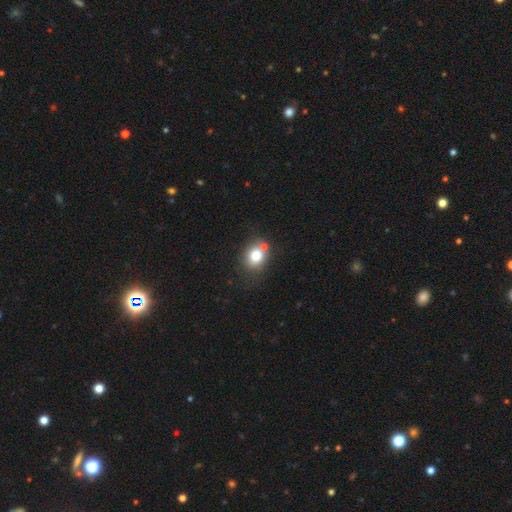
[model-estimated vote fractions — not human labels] This is likely a smooth galaxy (76%). How rounded: possibly round (58%). Merging: likely none (63%).